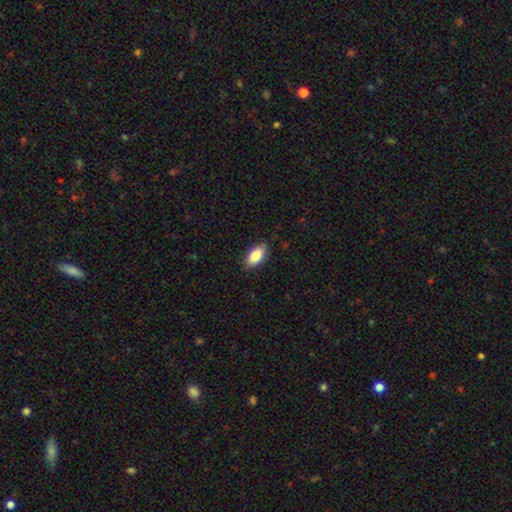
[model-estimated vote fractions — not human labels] Smooth or featured?
  - smooth: 82% *
  - featured or disk: 11%
  - star or artifact: 7%
How rounded?
  - in between: 90% *
  - cigar-shaped: 6%
  - round: 4%
Merging?
  - none: 84% *
  - minor disturbance: 13%
  - major disturbance: 2%
  - merger: 1%